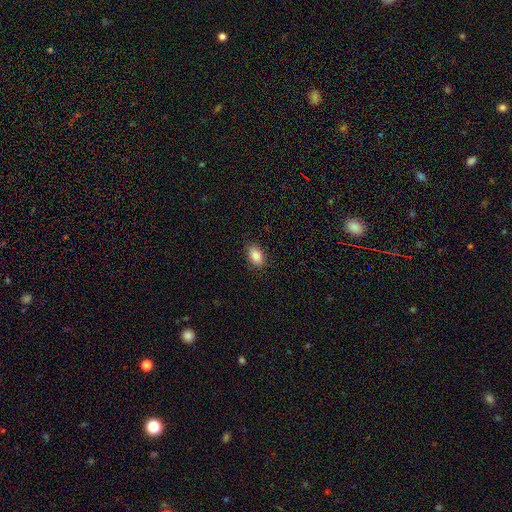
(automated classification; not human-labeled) Morphology: type=smooth (88%); roundness=in between (89%); merging=none (86%).